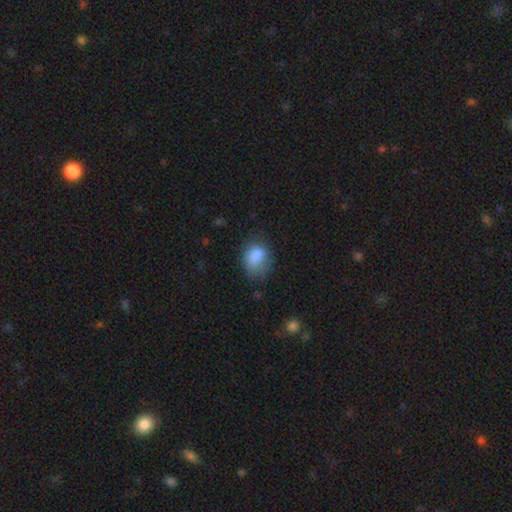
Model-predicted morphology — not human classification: Smooth or featured?
  - smooth: 81% *
  - featured or disk: 10%
  - star or artifact: 9%
How rounded?
  - in between: 66% *
  - round: 33%
  - cigar-shaped: 1%
Merging?
  - none: 47% *
  - minor disturbance: 33%
  - major disturbance: 18%
  - merger: 3%